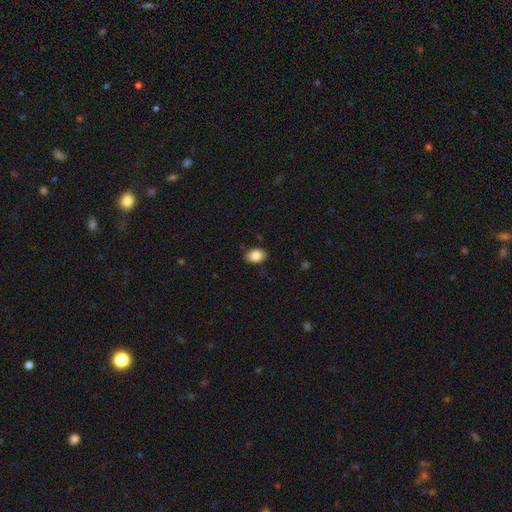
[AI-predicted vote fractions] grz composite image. It shows a smooth galaxy with no disk features (86%) that is in between round and cigar-shaped (78%). Merging: none (86%).